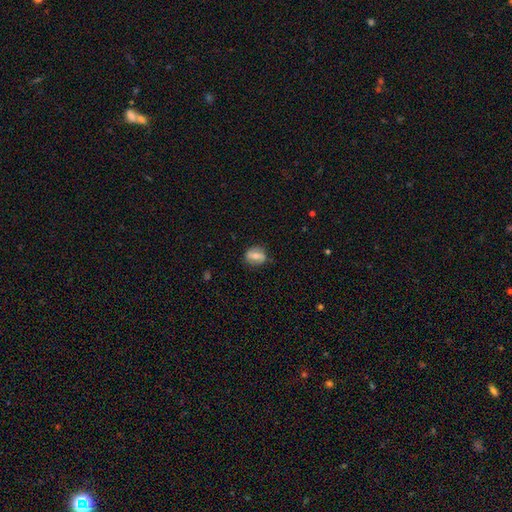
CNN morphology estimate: Smooth or featured: smooth — 55% (featured or disk — 37%)
How rounded: round — 50% (in between — 48%)
Merging: none — 79% (minor disturbance — 16%)